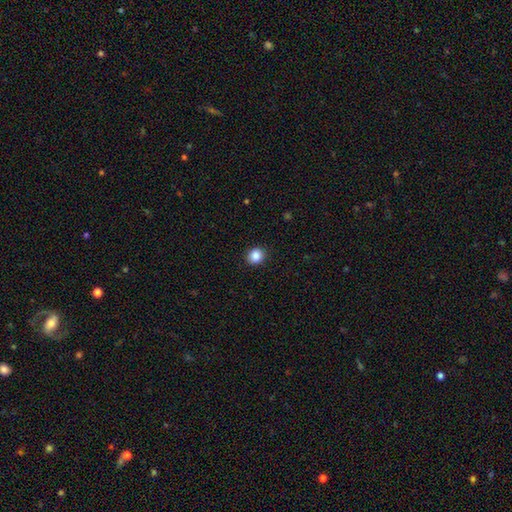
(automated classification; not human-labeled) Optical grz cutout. It shows a smooth galaxy with no disk features (87%) that is round (80%). Merging: none (91%).